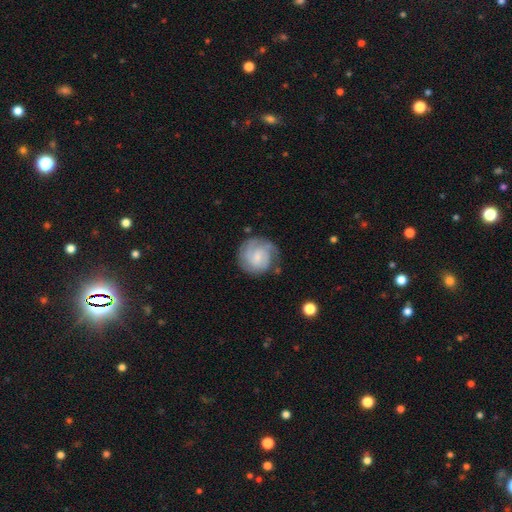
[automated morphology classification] featured or disk 71%, smooth 23%, star or artifact 6%. Down the decision tree: edge-on disk — no (98%); bar — no (48%); spiral arms — yes (94%); spiral arm count — 2 (39%); spiral winding — tight (59%); bulge size — small (52%); merging — none (70%).